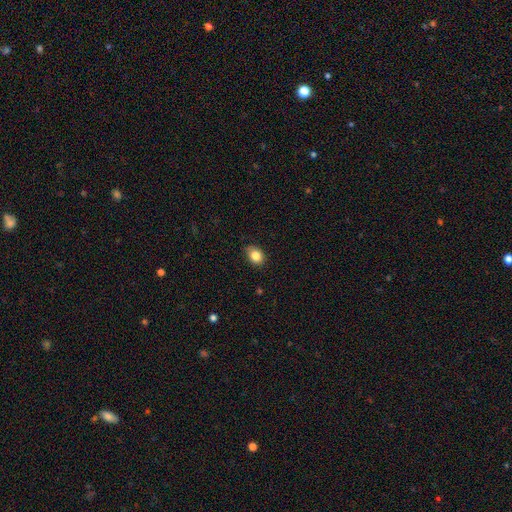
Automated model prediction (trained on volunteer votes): Smooth or featured?
  - smooth: 84% *
  - star or artifact: 9%
  - featured or disk: 7%
How rounded?
  - in between: 65% *
  - round: 34%
  - cigar-shaped: 1%
Merging?
  - none: 82% *
  - minor disturbance: 14%
  - major disturbance: 2%
  - merger: 1%